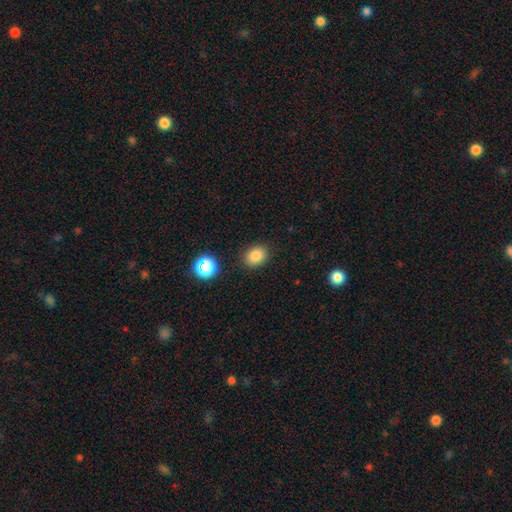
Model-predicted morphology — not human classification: A smooth galaxy with no disk features (83%) that is in between round and cigar-shaped (58%). Merging: none (86%).